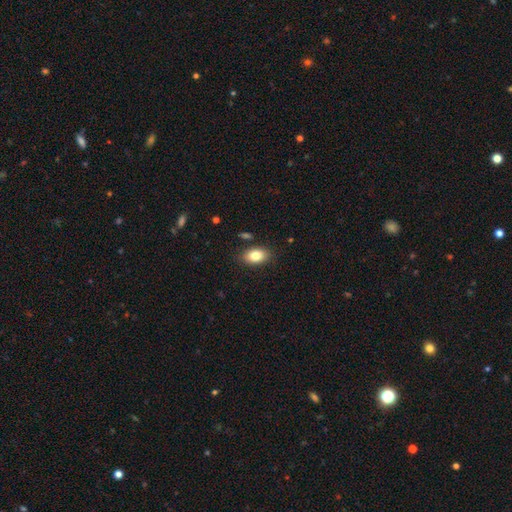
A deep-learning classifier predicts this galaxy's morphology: A smooth galaxy with no disk features (83%) that is in between round and cigar-shaped (88%).

Vote fractions:
- Smooth or featured? smooth: 83% / featured or disk: 9% / star or artifact: 8%
- How rounded? in between: 88% / round: 10% / cigar-shaped: 2%
- Merging? none: 84% / minor disturbance: 11% / merger: 3% / major disturbance: 3%